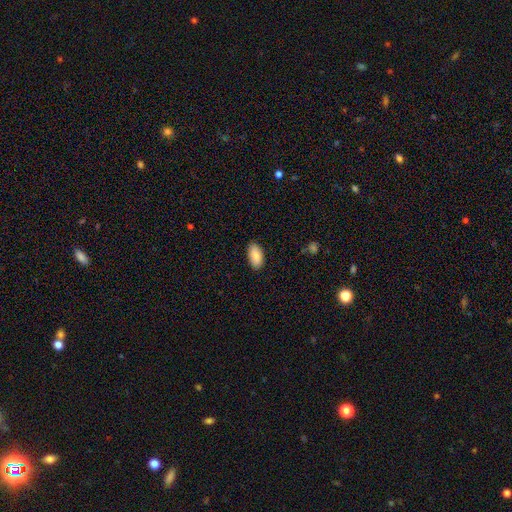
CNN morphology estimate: This appears to be a smooth galaxy with no disk features (84%) that is in between round and cigar-shaped (94%). Merging: none (87%).